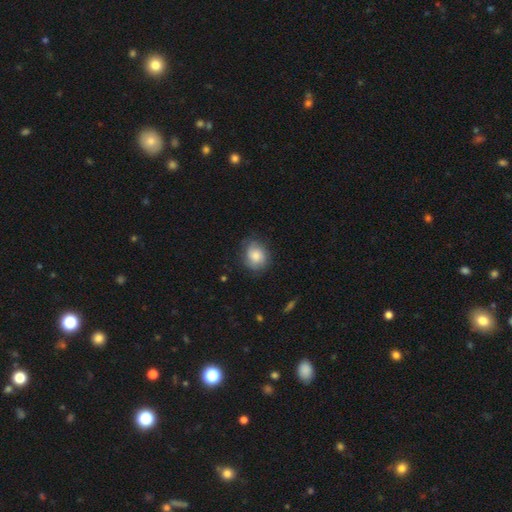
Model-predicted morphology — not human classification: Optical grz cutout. It shows a smooth galaxy with no disk features (78%) that is round (59%). Merging: none (73%).